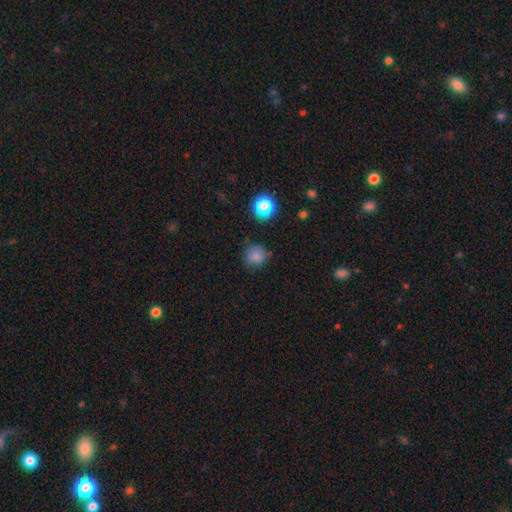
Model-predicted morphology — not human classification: Overall: smooth (81%). How rounded: round (89%). Merging: none (77%).